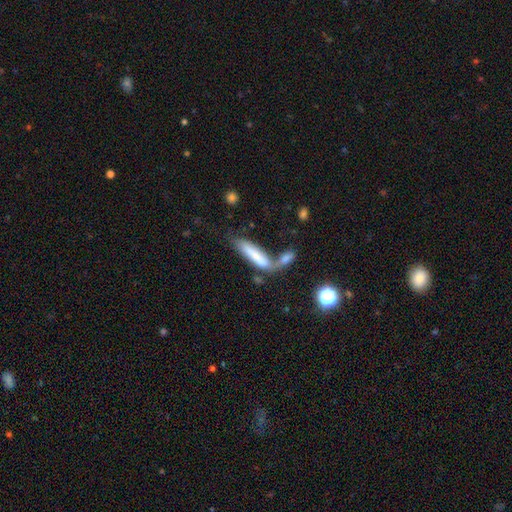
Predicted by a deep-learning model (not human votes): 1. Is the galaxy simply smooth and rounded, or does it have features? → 68% smooth, 23% featured or disk, 9% star or artifact.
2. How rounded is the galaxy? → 75% cigar-shaped, 23% in between, 2% round.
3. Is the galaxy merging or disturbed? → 42% merger, 35% none, 14% minor disturbance, 9% major disturbance.